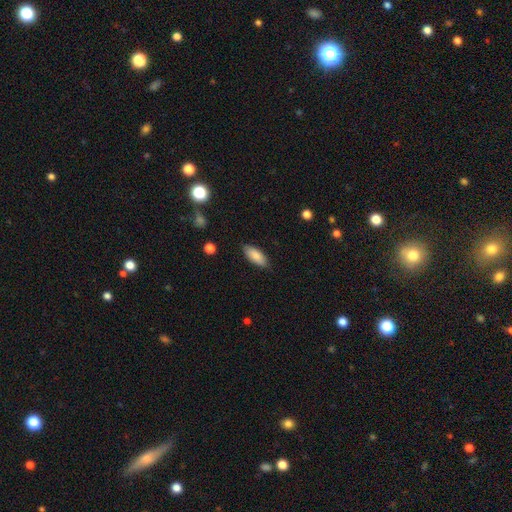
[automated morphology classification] type=smooth (86%); roundness=in between (81%); merging=none (86%).